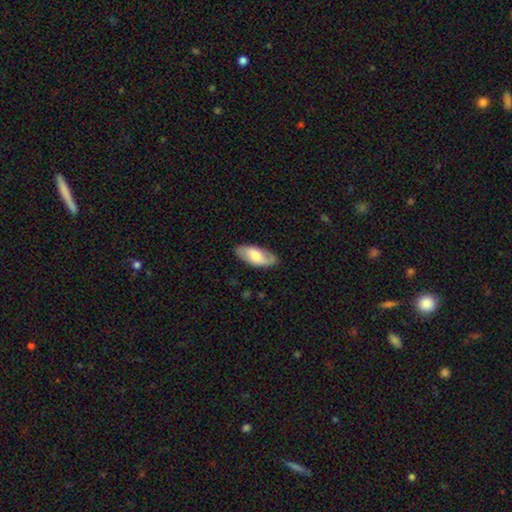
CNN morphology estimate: The model was most divided on "smooth or featured": smooth: 58%, featured or disk: 37%, star or artifact: 6%. More confident: how rounded — in between (89%); merging — none (81%).